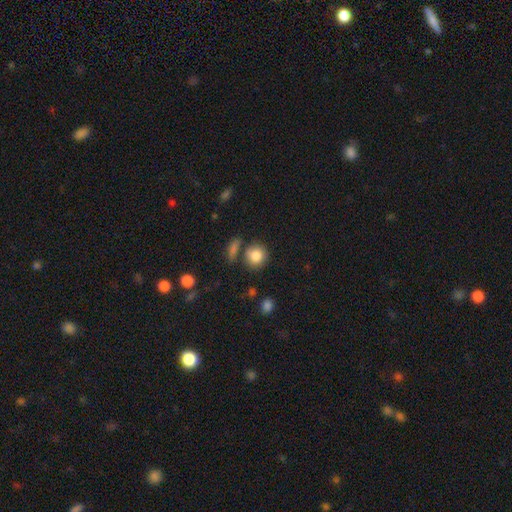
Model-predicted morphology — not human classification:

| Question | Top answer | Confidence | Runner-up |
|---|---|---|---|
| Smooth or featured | smooth | 84% | star or artifact (9%) |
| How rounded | round | 83% | in between (16%) |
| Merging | none | 69% | merger (14%) |